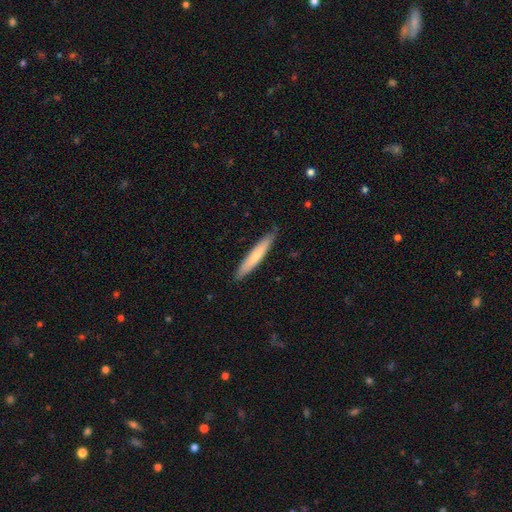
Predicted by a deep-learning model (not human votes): Q: Smooth or featured?
A: smooth (68%); runner-up: featured or disk (27%)
Q: How rounded?
A: cigar-shaped (94%); runner-up: in between (5%)
Q: Merging?
A: none (87%); runner-up: minor disturbance (11%)